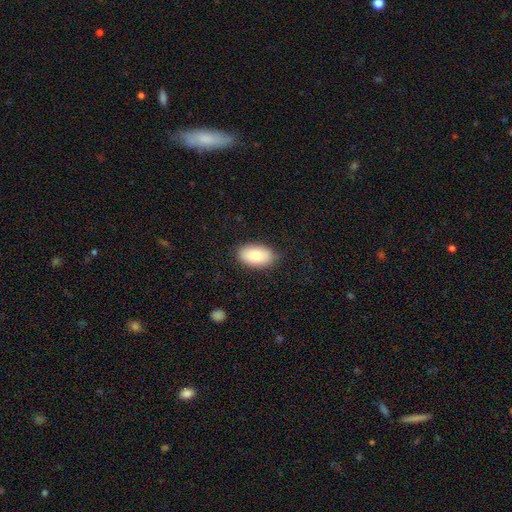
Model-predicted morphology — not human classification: Smooth or featured?
  - smooth: 80% *
  - featured or disk: 14%
  - star or artifact: 7%
How rounded?
  - in between: 93% *
  - round: 6%
  - cigar-shaped: 1%
Merging?
  - none: 85% *
  - minor disturbance: 12%
  - major disturbance: 3%
  - merger: 1%